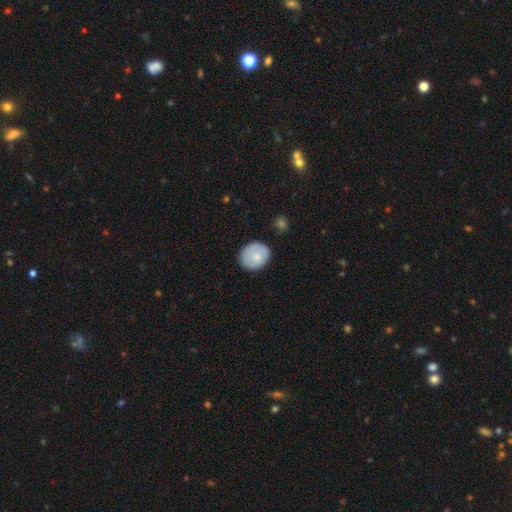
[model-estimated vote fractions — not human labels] Overall: smooth (77%). How rounded: round (72%). Merging: none (83%).